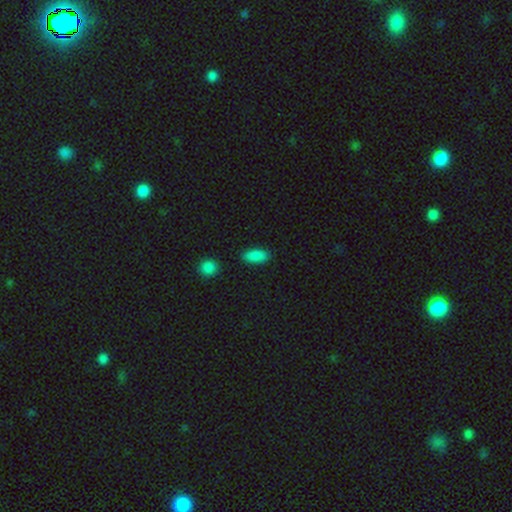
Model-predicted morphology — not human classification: smooth 87%, star or artifact 9%, featured or disk 4%. Down the decision tree: how rounded — in between (88%); merging — none (86%).